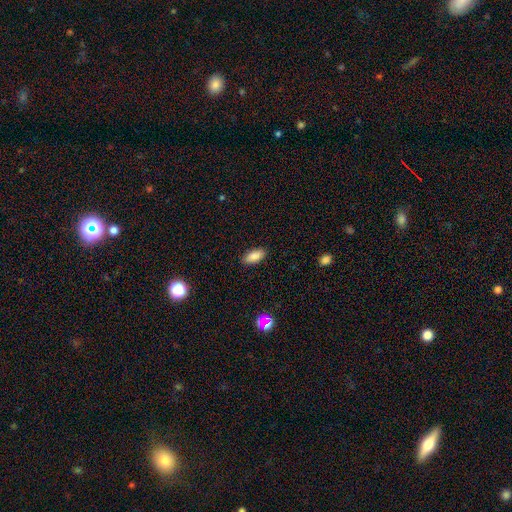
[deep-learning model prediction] This is clearly a smooth galaxy (86%). How rounded: clearly in between (89%). Merging: clearly none (89%).